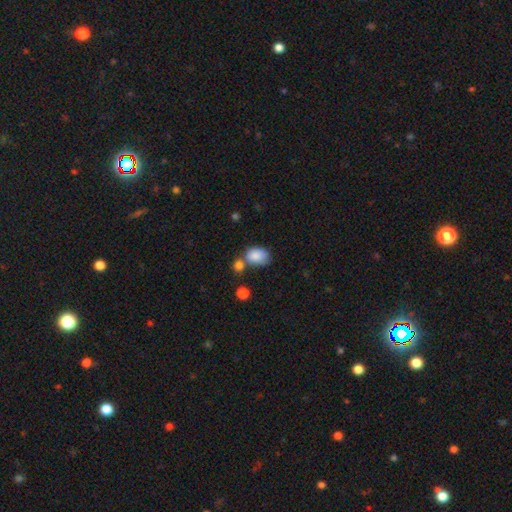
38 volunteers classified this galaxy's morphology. Overall: smooth (92%). How rounded: in between (69%; round 31%). Merging: none (47%; merger 36%).